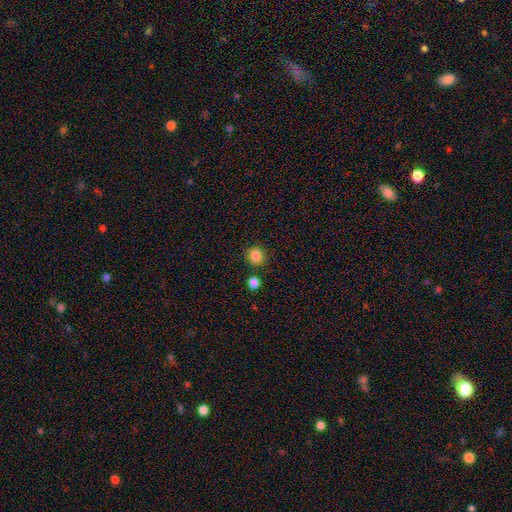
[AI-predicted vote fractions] Morphology: type=smooth (85%); roundness=round (90%); merging=none (85%).